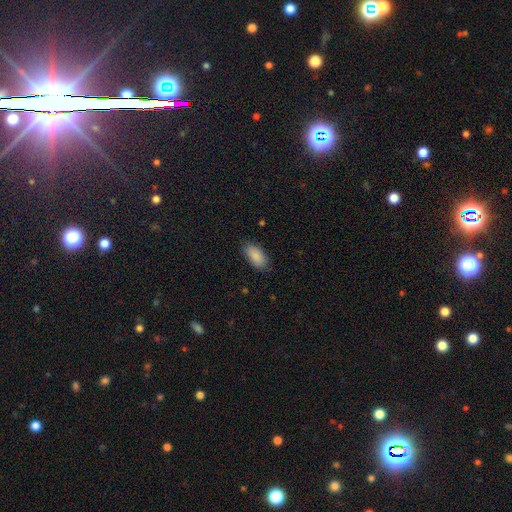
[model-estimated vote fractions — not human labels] smooth_or_featured: smooth (p=0.89) [alt: star or artifact p=0.06]
how_rounded: in between (p=0.93) [alt: cigar-shaped p=0.05]
merging: none (p=0.83) [alt: minor disturbance p=0.13]